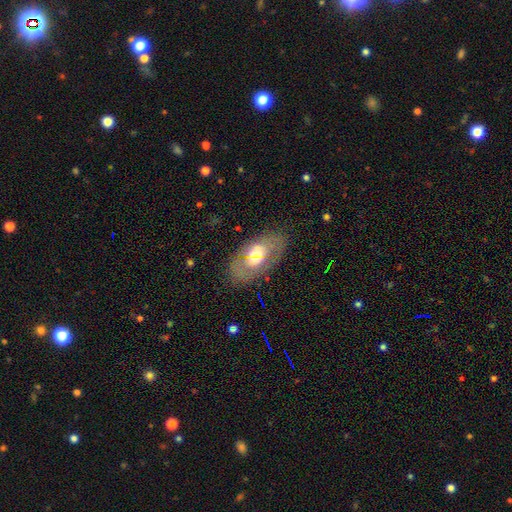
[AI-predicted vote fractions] Smooth or featured? featured or disk (45%, tied with smooth)
Merging? none (75%)